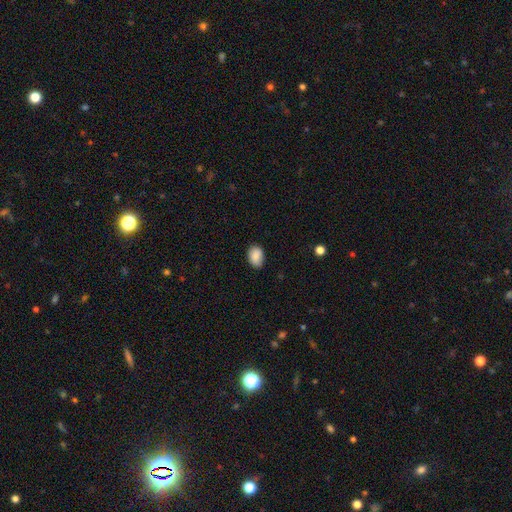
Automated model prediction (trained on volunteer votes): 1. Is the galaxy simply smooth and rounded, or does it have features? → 89% smooth, 7% star or artifact, 4% featured or disk.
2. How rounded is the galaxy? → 82% in between, 17% round, 1% cigar-shaped.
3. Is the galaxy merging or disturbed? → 80% none, 16% minor disturbance, 3% major disturbance, 1% merger.